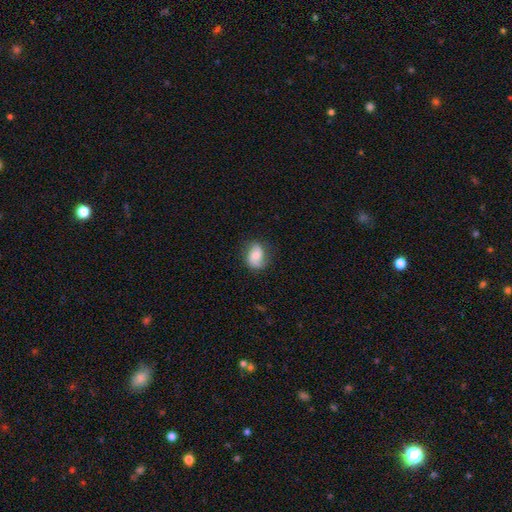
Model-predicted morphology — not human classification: smooth-or-featured: smooth: 48% | featured or disk: 44% | star or artifact: 8%
  merging: none: 73% | minor disturbance: 20% | major disturbance: 6% | merger: 1%